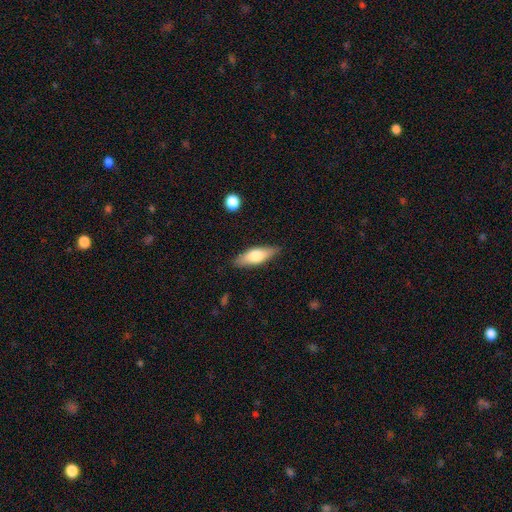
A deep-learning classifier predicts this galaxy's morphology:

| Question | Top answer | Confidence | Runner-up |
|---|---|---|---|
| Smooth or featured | smooth | 68% | featured or disk (26%) |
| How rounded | in between | 61% | cigar-shaped (36%) |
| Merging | none | 84% | minor disturbance (12%) |